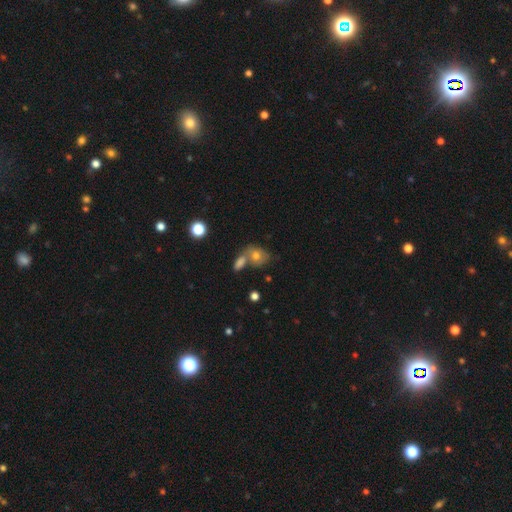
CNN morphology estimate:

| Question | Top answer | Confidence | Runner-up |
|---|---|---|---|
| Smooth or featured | smooth | 66% | featured or disk (20%) |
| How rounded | in between | 59% | round (38%) |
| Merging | none | 45% | merger (38%) |